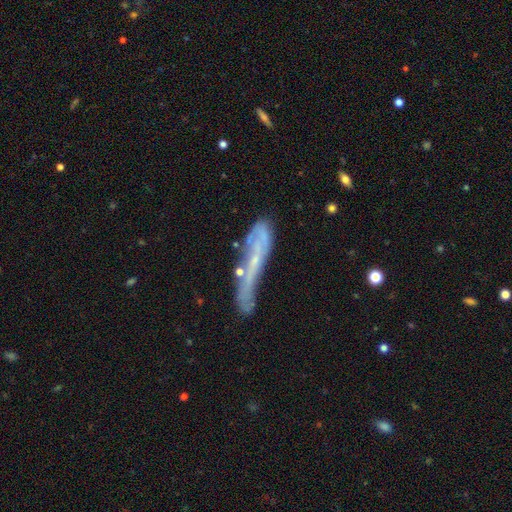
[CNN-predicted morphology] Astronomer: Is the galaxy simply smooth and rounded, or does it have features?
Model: featured or disk — 51% (runner-up: smooth, 36%).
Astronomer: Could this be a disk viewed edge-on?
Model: yes — 59% (runner-up: no, 41%).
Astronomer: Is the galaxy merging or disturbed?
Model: none — 50%.